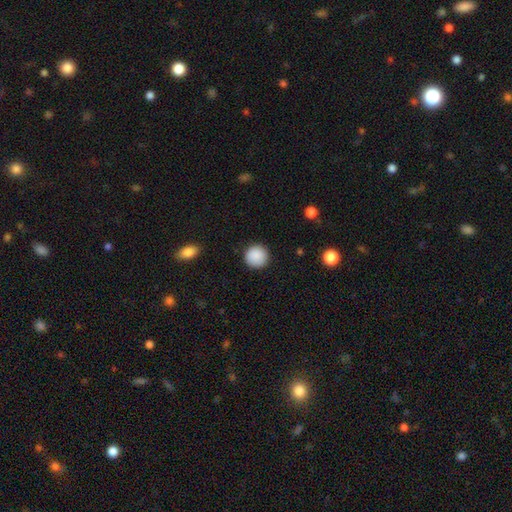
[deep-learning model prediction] Q: Smooth or featured?
A: smooth (90%); runner-up: star or artifact (7%)
Q: How rounded?
A: round (95%); runner-up: in between (4%)
Q: Merging?
A: none (91%); runner-up: minor disturbance (6%)